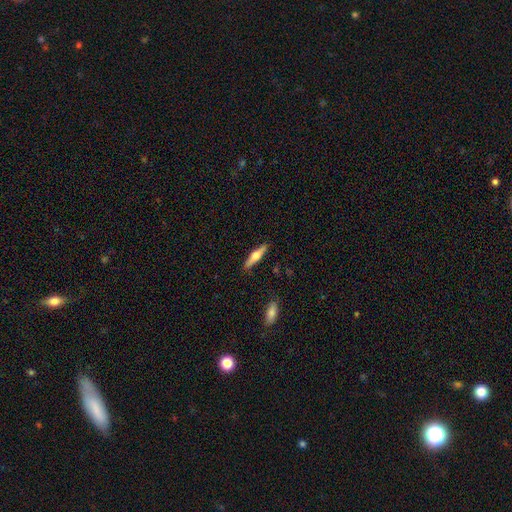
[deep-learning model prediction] The model was most divided on "smooth or featured": featured or disk: 52%, smooth: 43%, star or artifact: 6%. More confident: edge-on disk — yes (95%); merging — none (88%).